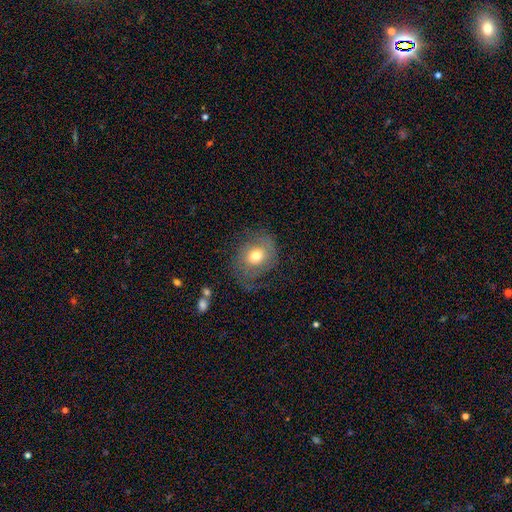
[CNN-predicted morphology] A smooth galaxy with no disk features (47%). Merging: none (56%).